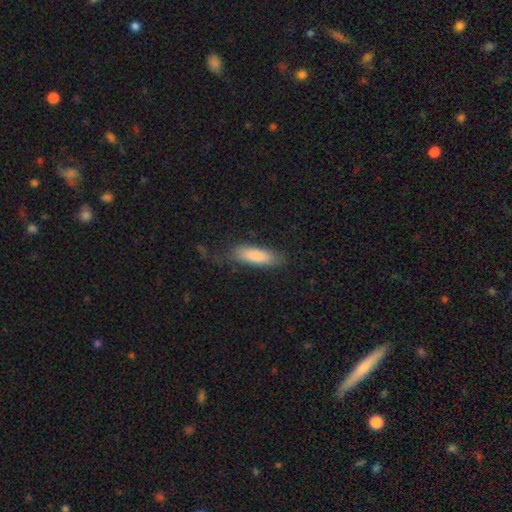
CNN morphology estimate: type=smooth (83%); roundness=in between (53%); merging=none (70%).